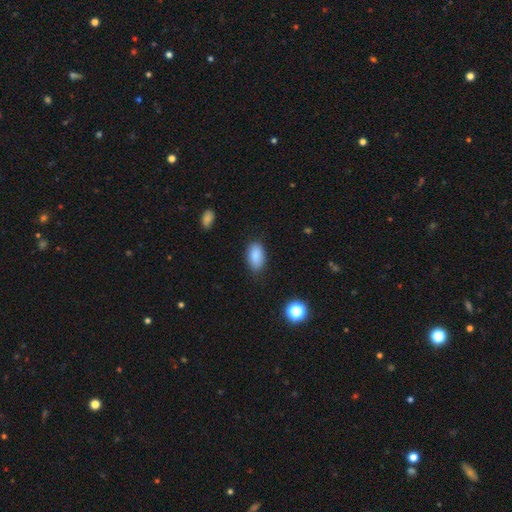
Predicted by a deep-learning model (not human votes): Morphology: type=smooth (87%); roundness=in between (92%); merging=none (83%).